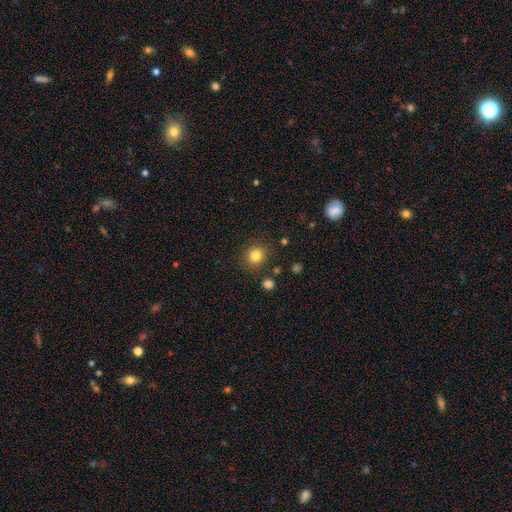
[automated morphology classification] Smooth or featured?
  - smooth: 82% *
  - star or artifact: 12%
  - featured or disk: 6%
How rounded?
  - round: 88% *
  - in between: 11%
  - cigar-shaped: 1%
Merging?
  - none: 86% *
  - minor disturbance: 8%
  - merger: 3%
  - major disturbance: 3%